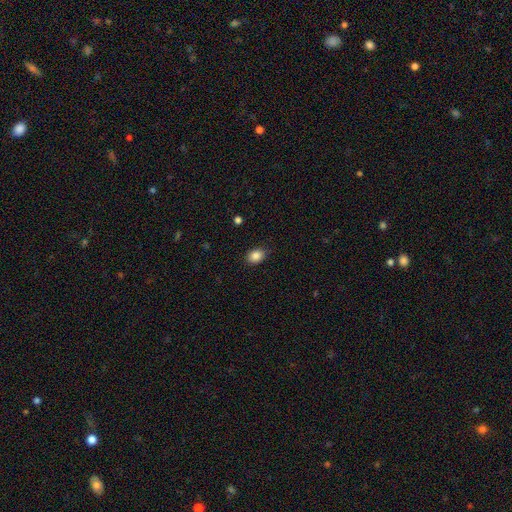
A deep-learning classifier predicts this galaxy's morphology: type=smooth (87%); roundness=in between (66%); merging=none (84%).